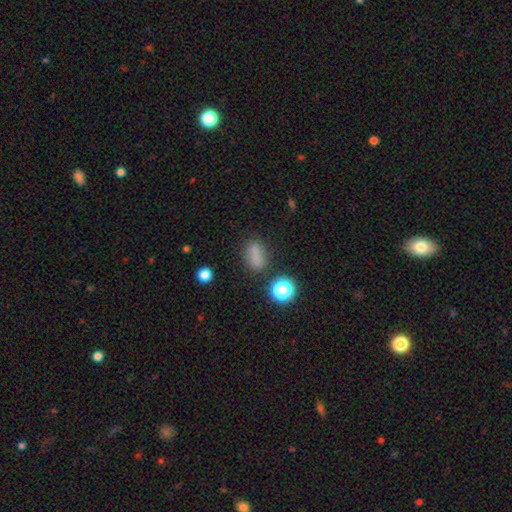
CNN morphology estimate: A smooth galaxy with no disk features (77%) that is in between round and cigar-shaped (72%).

Vote fractions:
- Smooth or featured? smooth: 77% / star or artifact: 16% / featured or disk: 7%
- How rounded? in between: 72% / round: 21% / cigar-shaped: 7%
- Merging? none: 75% / minor disturbance: 15% / major disturbance: 5% / merger: 5%